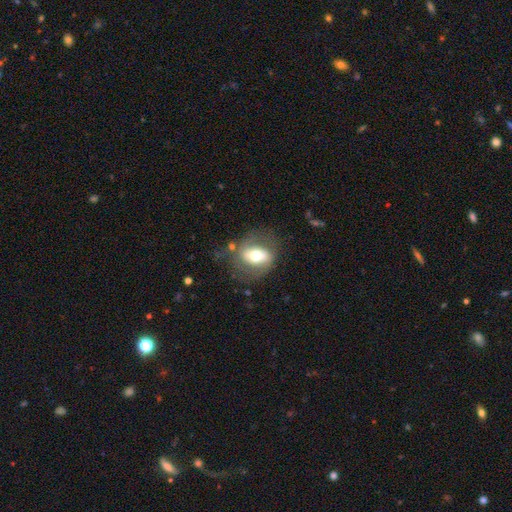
Smooth or featured?
  - smooth: 59% *
  - featured or disk: 31%
  - star or artifact: 10%
How rounded?
  - in between: 83% *
  - round: 17%
  - cigar-shaped: 0%
Merging?
  - none: 46% *
  - minor disturbance: 23%
  - major disturbance: 23%
  - merger: 9%